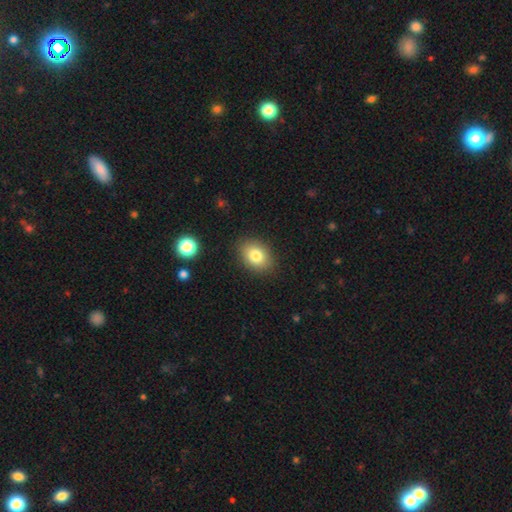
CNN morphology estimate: Smooth or featured? smooth (81%)
How rounded? in between (73%)
Merging? none (87%)